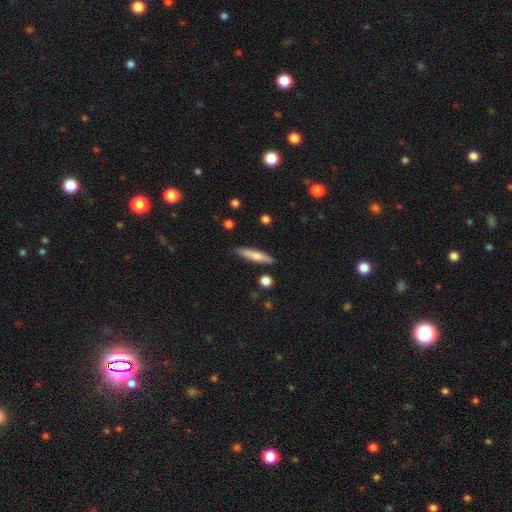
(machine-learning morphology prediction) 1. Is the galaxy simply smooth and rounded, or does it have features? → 66% smooth, 28% featured or disk, 6% star or artifact.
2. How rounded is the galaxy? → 84% cigar-shaped, 14% in between, 2% round.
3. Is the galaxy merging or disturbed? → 85% none, 11% minor disturbance, 2% merger, 2% major disturbance.